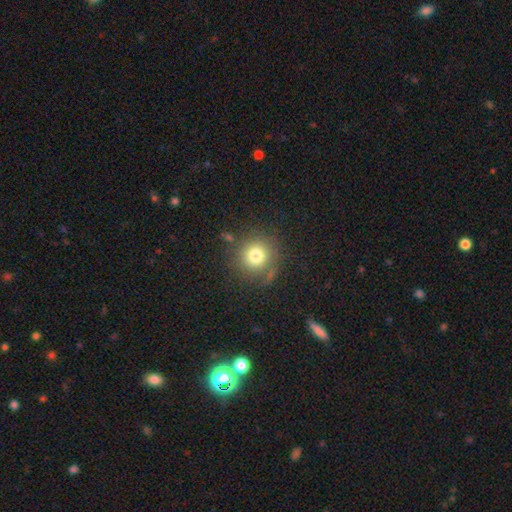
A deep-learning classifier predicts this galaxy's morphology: Smooth or featured? smooth (76%)
How rounded? round (93%)
Merging? none (79%)